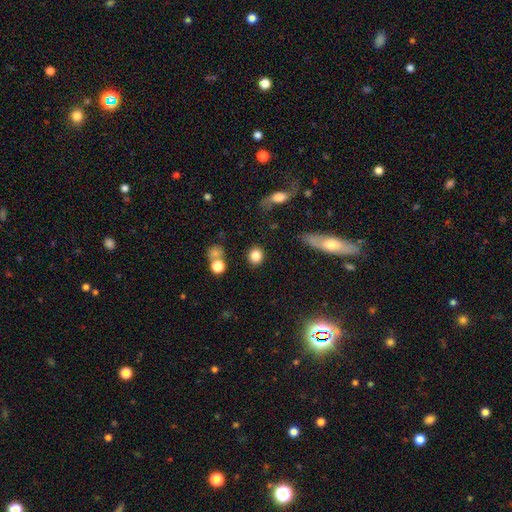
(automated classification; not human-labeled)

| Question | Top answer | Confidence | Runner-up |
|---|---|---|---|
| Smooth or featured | smooth | 84% | star or artifact (10%) |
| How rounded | round | 83% | in between (16%) |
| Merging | none | 86% | minor disturbance (7%) |